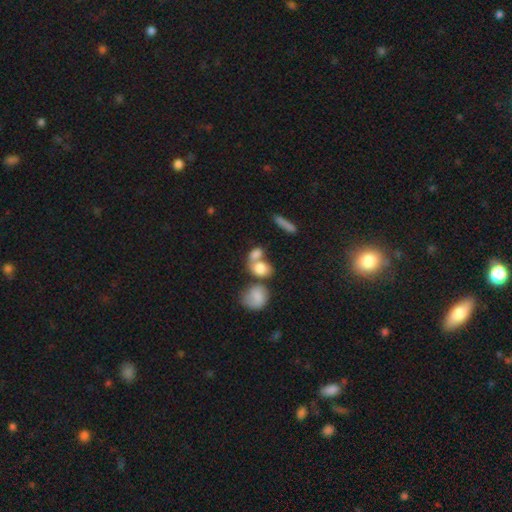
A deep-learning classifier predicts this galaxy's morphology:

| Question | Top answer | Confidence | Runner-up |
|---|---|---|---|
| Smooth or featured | smooth | 77% | featured or disk (14%) |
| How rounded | in between | 62% | round (35%) |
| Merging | merger | 57% | none (27%) |